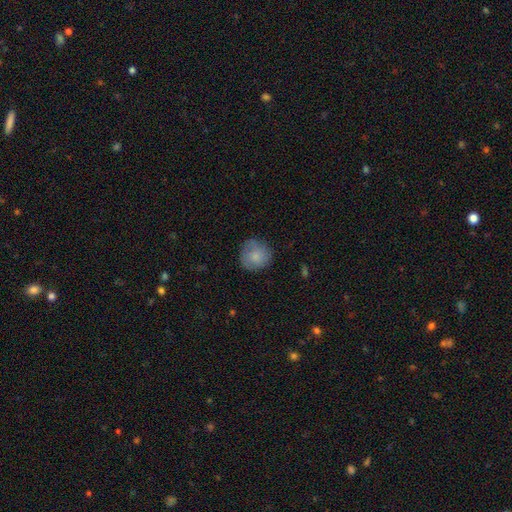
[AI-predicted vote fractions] Smooth or featured: smooth — 77% (featured or disk — 16%)
How rounded: round — 91% (in between — 8%)
Merging: none — 75% (minor disturbance — 19%)